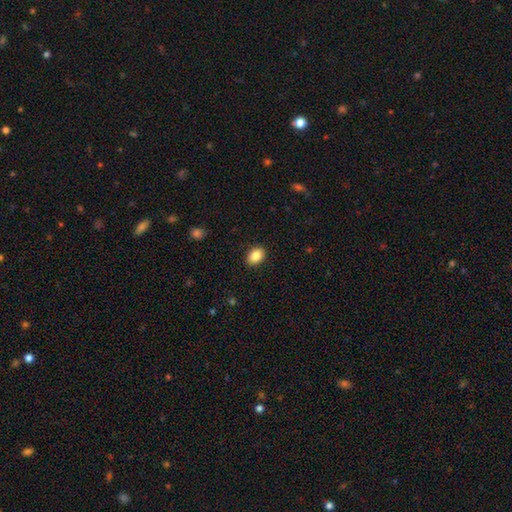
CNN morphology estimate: smooth 87%, star or artifact 8%, featured or disk 5%. Down the decision tree: how rounded — in between (74%); merging — none (90%).